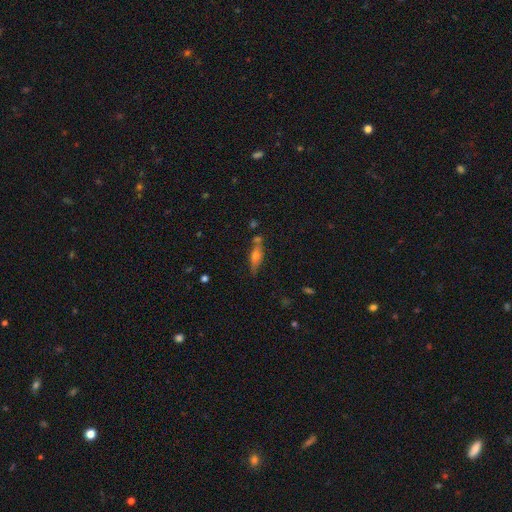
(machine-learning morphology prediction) This appears to be a featured or disk galaxy (45%). Merging: none (63%).